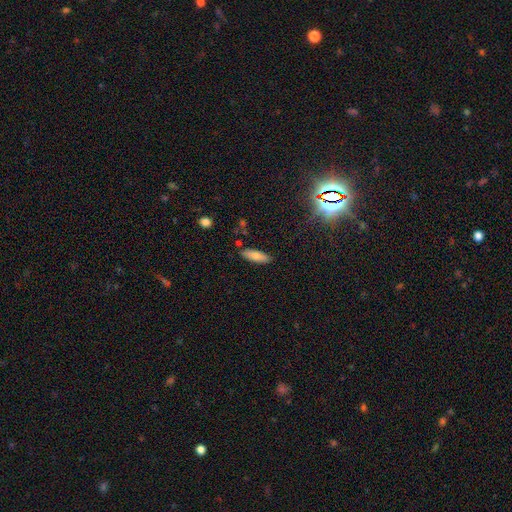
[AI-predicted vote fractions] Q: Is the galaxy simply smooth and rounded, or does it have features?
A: smooth — 77%.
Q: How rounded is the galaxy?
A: in between — 55%.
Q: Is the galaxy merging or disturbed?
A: none — 85%.